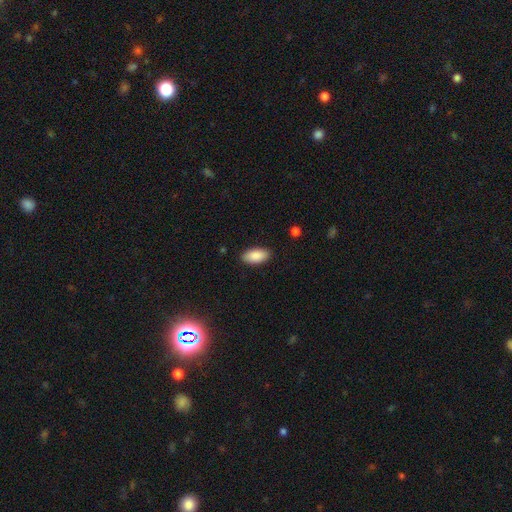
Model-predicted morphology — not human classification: Overall: smooth (89%). How rounded: in between (93%). Merging: none (88%).